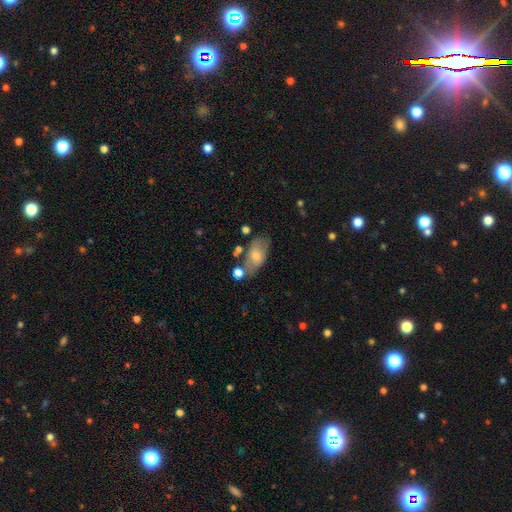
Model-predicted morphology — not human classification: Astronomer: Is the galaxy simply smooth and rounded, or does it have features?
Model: smooth — 58% (runner-up: featured or disk, 33%).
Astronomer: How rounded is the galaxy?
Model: in between — 88%.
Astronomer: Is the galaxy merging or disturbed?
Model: none — 60%.